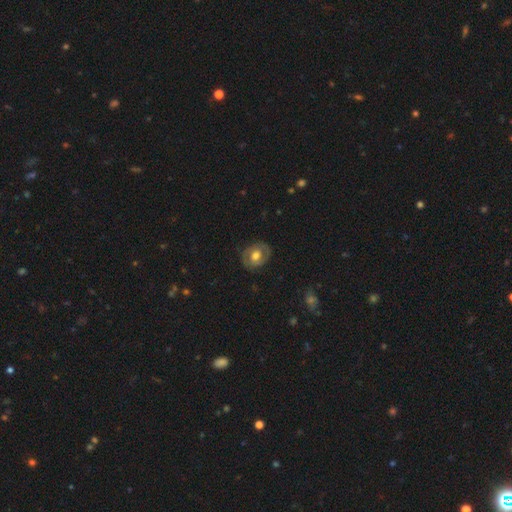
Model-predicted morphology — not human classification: This appears to be a featured or disk galaxy (49%). Merging: none (81%).